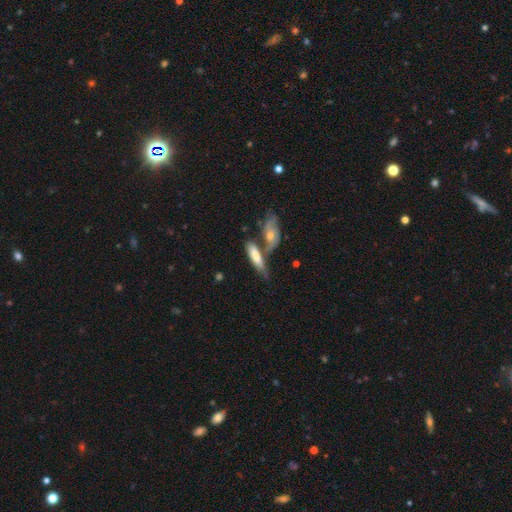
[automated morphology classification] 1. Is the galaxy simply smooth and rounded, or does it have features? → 64% smooth, 30% featured or disk, 6% star or artifact.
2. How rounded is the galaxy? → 51% cigar-shaped, 46% in between, 2% round.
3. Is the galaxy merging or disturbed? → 44% merger, 36% none, 14% minor disturbance, 6% major disturbance.